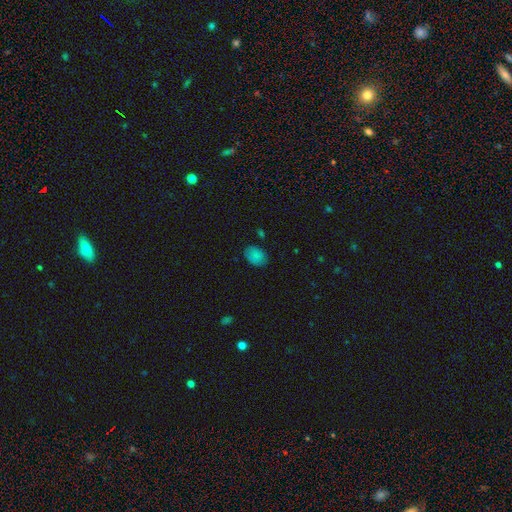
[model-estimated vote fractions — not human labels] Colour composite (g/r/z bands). It shows a smooth galaxy with no disk features (82%) that is in between round and cigar-shaped (74%). Merging: none (80%).